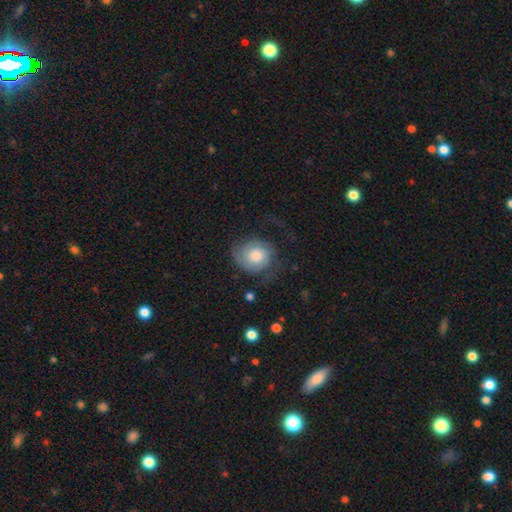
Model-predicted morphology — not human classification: type=featured or disk (60%); edge-on=no (97%); bar=no (78%); spiral arms=yes (90%); winding=tight (42%); arm count=2 (53%); bulge=moderate (57%); merging=none (54%).